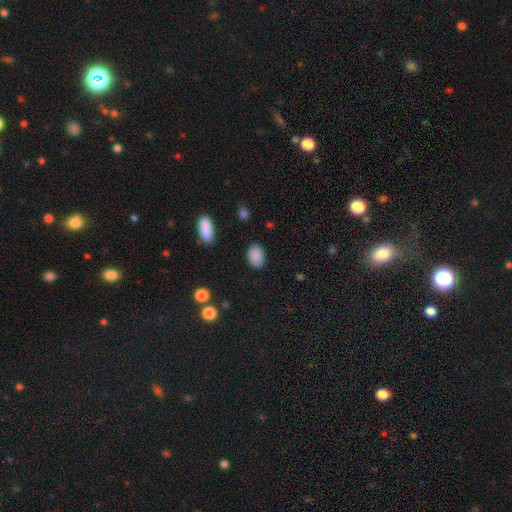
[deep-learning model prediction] Q: Smooth or featured?
A: smooth (88%); runner-up: star or artifact (8%)
Q: How rounded?
A: in between (79%); runner-up: round (20%)
Q: Merging?
A: none (85%); runner-up: minor disturbance (10%)